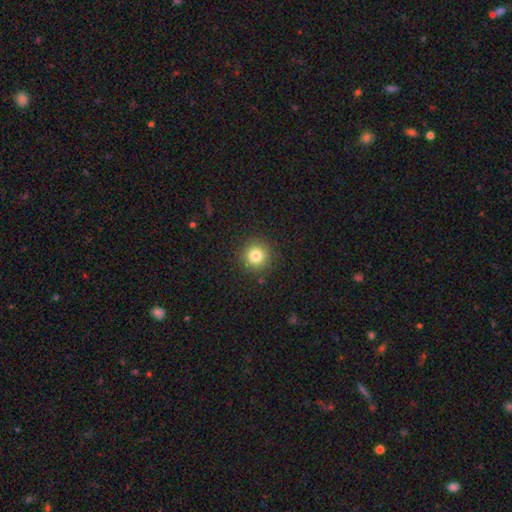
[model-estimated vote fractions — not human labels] A smooth galaxy with no disk features (81%) that is round (95%). Merging: none (90%).